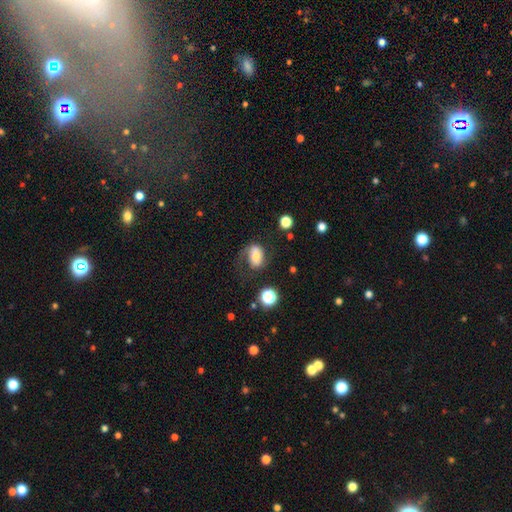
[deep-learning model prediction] smooth 55%, featured or disk 35%, star or artifact 10%. Down the decision tree: how rounded — in between (77%); merging — none (47%).